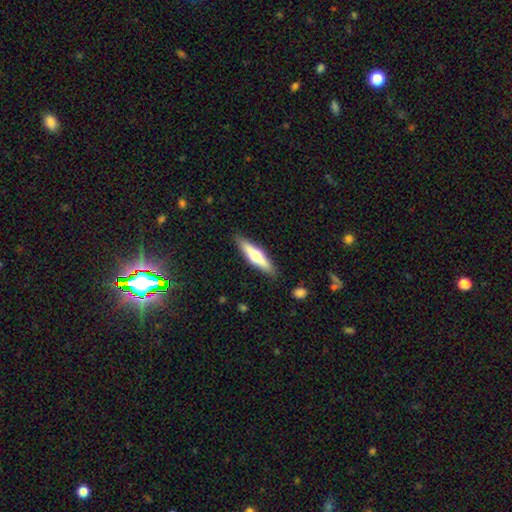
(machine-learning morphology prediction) featured or disk 52%, smooth 43%, star or artifact 5%. Down the decision tree: edge-on disk — yes (94%); merging — none (88%).